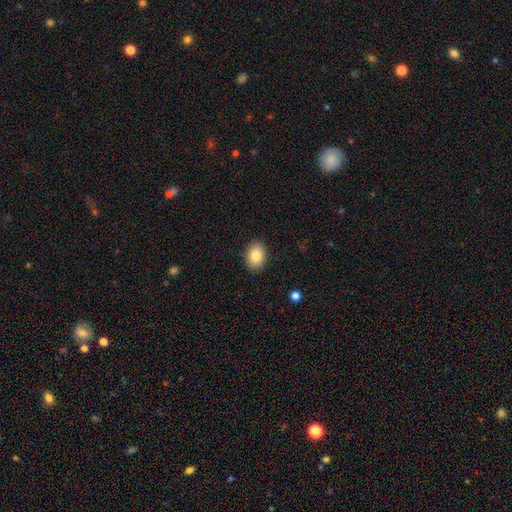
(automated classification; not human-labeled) Smooth or featured?
  - smooth: 83% *
  - featured or disk: 9%
  - star or artifact: 8%
How rounded?
  - in between: 71% *
  - round: 28%
  - cigar-shaped: 1%
Merging?
  - none: 90% *
  - minor disturbance: 7%
  - major disturbance: 2%
  - merger: 1%